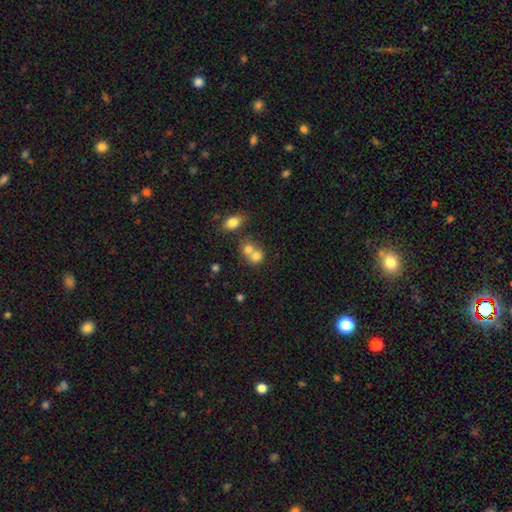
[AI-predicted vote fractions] The model was most divided on "how rounded": round: 67%, in between: 32%, cigar-shaped: 1%. More confident: smooth or featured — smooth (74%); merging — merger (63%).